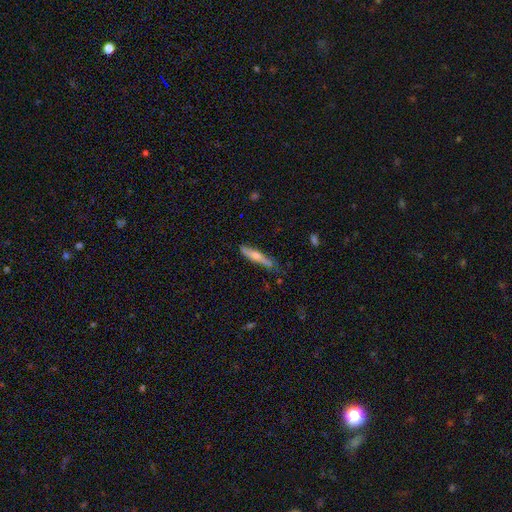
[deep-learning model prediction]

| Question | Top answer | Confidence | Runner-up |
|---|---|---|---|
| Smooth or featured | featured or disk | 48% | smooth (46%) |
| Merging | none | 76% | minor disturbance (18%) |